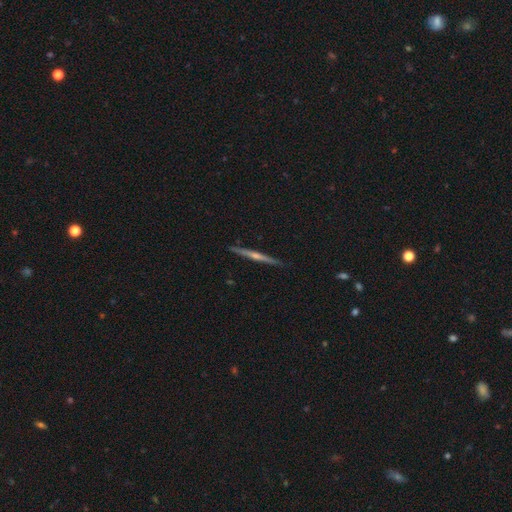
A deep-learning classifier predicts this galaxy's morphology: A featured or disk galaxy (75%) viewed edge-on (97%) with a rounded central bulge (74%). Merging: none (89%).